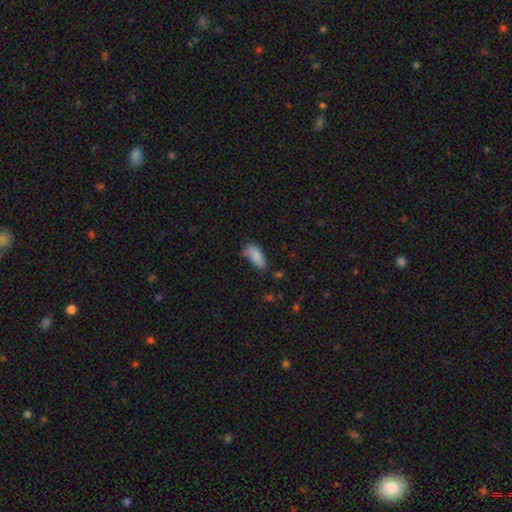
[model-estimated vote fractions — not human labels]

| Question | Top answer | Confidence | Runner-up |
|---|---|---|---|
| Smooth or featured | smooth | 83% | featured or disk (9%) |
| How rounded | in between | 85% | cigar-shaped (13%) |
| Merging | none | 49% | minor disturbance (33%) |